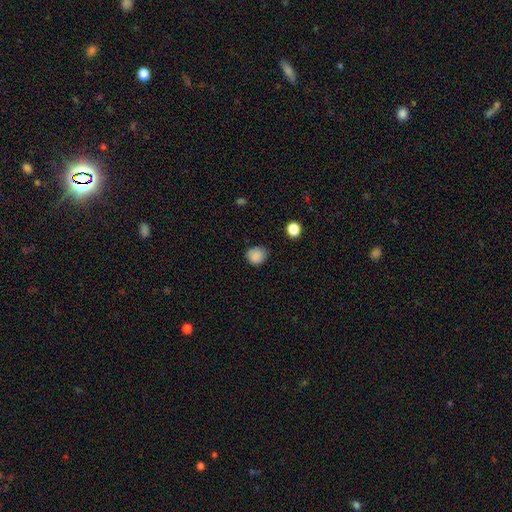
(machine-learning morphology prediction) type=smooth (85%); roundness=round (78%); merging=none (73%).